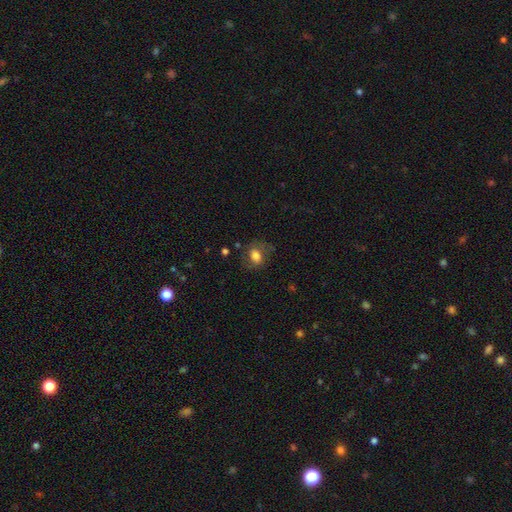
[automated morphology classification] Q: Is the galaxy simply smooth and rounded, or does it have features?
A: smooth — 69%.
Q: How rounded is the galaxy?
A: in between — 68%.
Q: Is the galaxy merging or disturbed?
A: none — 62%.